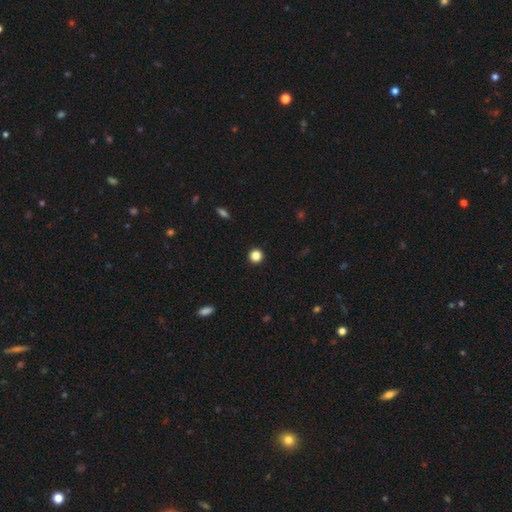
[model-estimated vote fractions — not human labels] Smooth or featured? smooth (85%)
How rounded? round (95%)
Merging? none (94%)